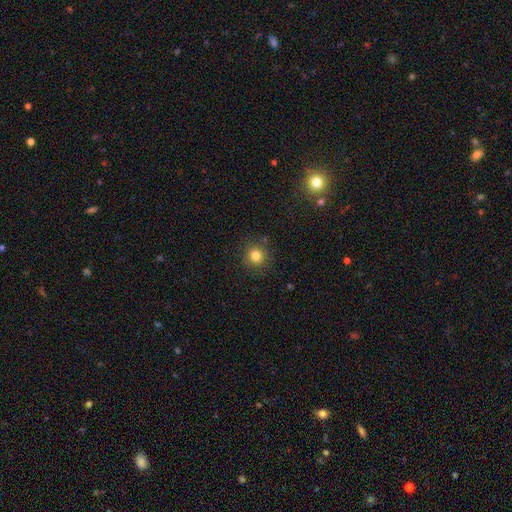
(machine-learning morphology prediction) type=smooth (81%); roundness=round (93%); merging=none (87%).